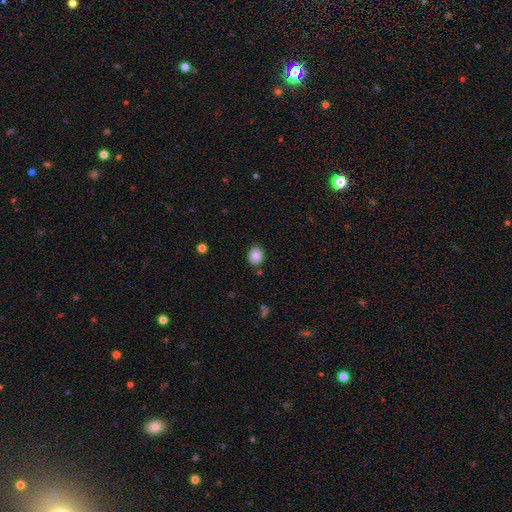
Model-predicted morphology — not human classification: This is clearly a smooth galaxy (87%). How rounded: possibly round (54%). Merging: clearly none (82%).